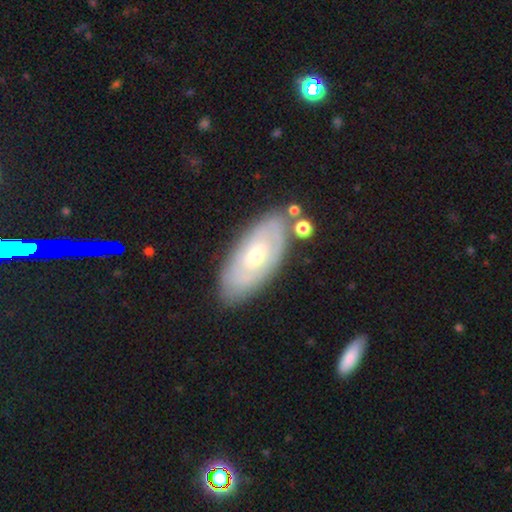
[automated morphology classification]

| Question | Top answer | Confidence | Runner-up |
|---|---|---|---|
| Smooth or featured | featured or disk | 58% | smooth (36%) |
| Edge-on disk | no | 87% | yes (13%) |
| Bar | no | 74% | weak (22%) |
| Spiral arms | yes | 58% | no (42%) |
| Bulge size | moderate | 64% | small (28%) |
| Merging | none | 77% | minor disturbance (15%) |